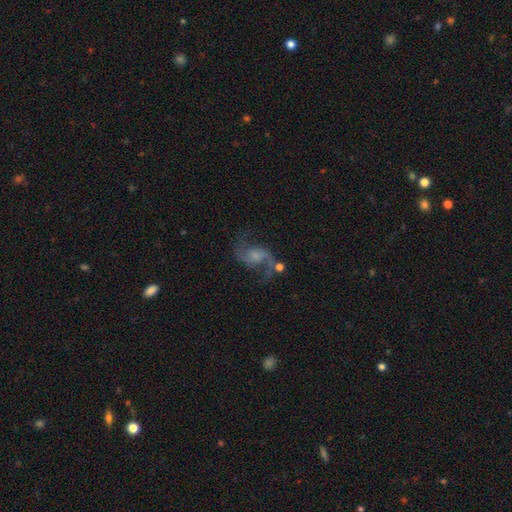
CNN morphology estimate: featured or disk 80%, smooth 11%, star or artifact 10%. Down the decision tree: edge-on disk — no (97%); bar — no (53%); spiral arms — yes (94%); spiral arm count — 2 (89%); spiral winding — loose (69%); bulge size — small (36%); merging — none (57%).